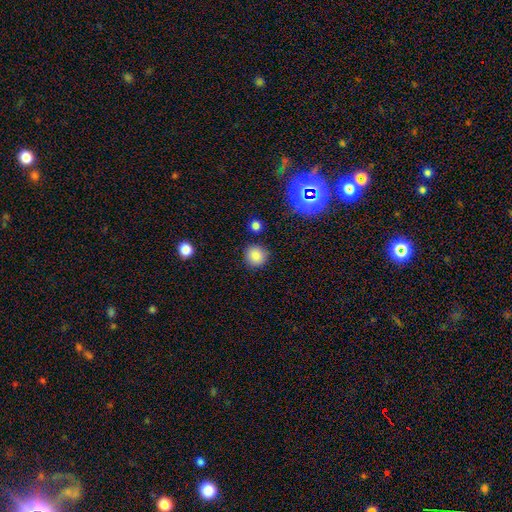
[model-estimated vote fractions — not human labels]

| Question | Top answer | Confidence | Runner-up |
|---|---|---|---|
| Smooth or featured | smooth | 82% | star or artifact (13%) |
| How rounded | round | 92% | in between (7%) |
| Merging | none | 86% | minor disturbance (8%) |